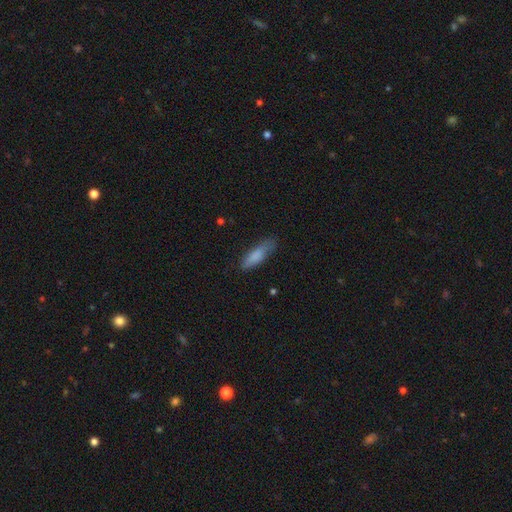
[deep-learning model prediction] smooth_or_featured: smooth (p=0.82) [alt: featured or disk p=0.11]
how_rounded: cigar-shaped (p=0.52) [alt: in between p=0.46]
merging: none (p=0.71) [alt: minor disturbance p=0.23]